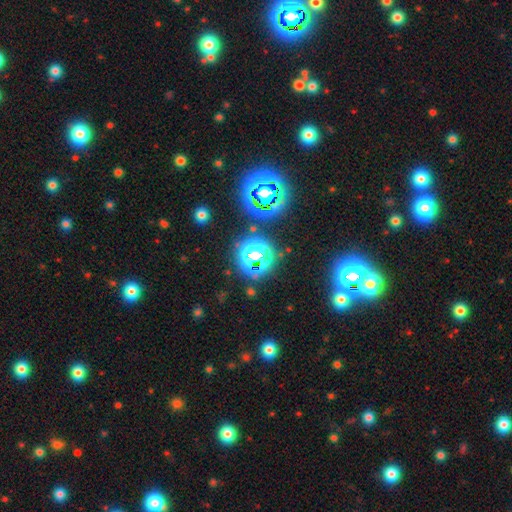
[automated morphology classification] The model was most divided on "smooth or featured": star or artifact: 72%, smooth: 20%, featured or disk: 8%.